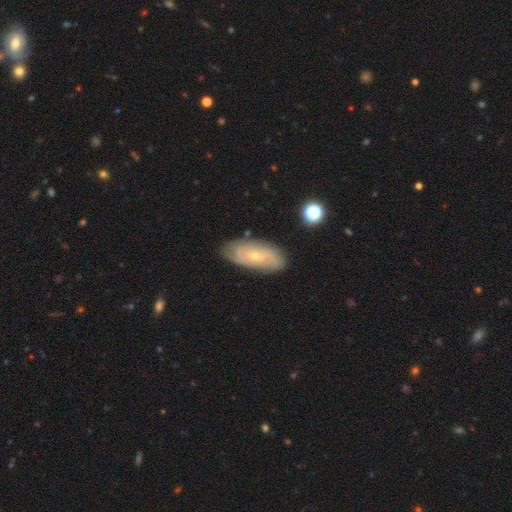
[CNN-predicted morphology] smooth_or_featured: featured or disk (p=0.64) [alt: smooth p=0.29]
disk_edge_on: no (p=0.89) [alt: yes p=0.11]
bar: no (p=0.73) [alt: weak p=0.22]
has_spiral_arms: yes (p=0.80) [alt: no p=0.20]
bulge_size: small (p=0.76) [alt: moderate p=0.21]
merging: none (p=0.78) [alt: minor disturbance p=0.16]